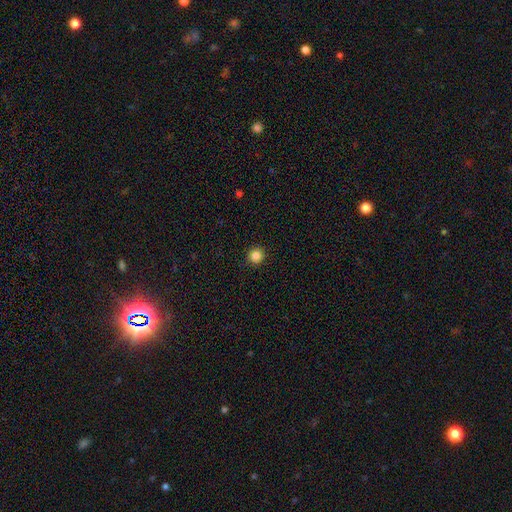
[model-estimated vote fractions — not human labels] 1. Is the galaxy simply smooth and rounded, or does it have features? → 86% smooth, 11% star or artifact, 3% featured or disk.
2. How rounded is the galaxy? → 94% round, 5% in between, 1% cigar-shaped.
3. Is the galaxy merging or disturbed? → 92% none, 5% minor disturbance, 2% major disturbance, 1% merger.